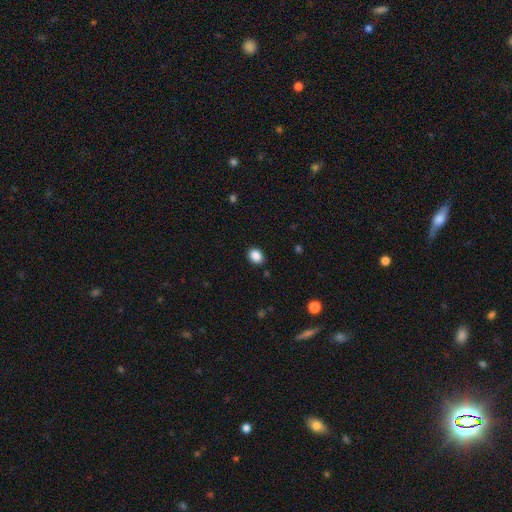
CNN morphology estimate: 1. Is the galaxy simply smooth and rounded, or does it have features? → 88% smooth, 9% star or artifact, 3% featured or disk.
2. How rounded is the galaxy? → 54% in between, 45% round, 1% cigar-shaped.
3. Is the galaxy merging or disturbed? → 88% none, 9% minor disturbance, 2% major disturbance, 1% merger.